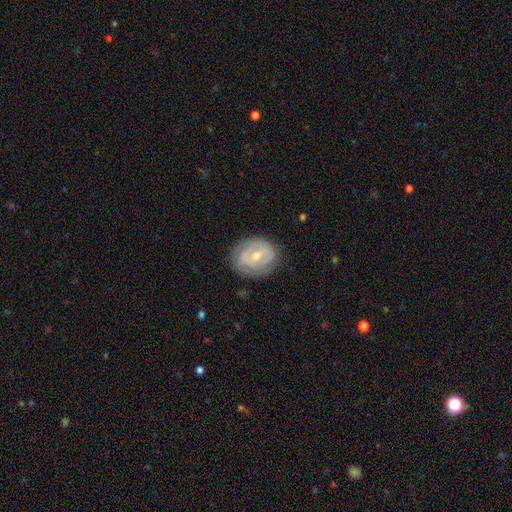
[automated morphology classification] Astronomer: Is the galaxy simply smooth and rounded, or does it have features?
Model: featured or disk — 68%.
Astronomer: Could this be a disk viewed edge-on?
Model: no — 97%.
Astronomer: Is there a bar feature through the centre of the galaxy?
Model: no — 50% (runner-up: weak, 39%).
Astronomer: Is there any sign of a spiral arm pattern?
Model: yes — 70%.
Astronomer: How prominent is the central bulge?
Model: moderate — 54% (runner-up: small, 42%).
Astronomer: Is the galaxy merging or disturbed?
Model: none — 76%.